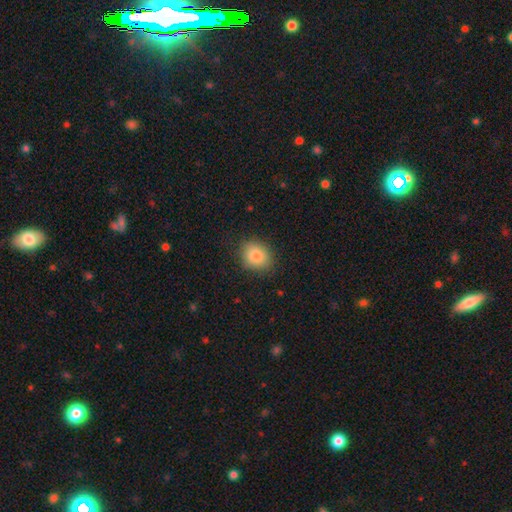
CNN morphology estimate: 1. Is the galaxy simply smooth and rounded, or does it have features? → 85% smooth, 9% star or artifact, 6% featured or disk.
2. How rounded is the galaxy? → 61% round, 39% in between, 1% cigar-shaped.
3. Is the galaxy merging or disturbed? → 83% none, 12% minor disturbance, 3% major disturbance, 1% merger.